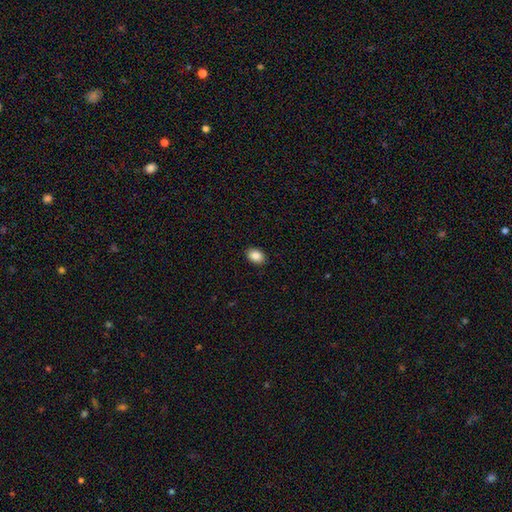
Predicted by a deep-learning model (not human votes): smooth_or_featured: smooth (p=0.87) [alt: star or artifact p=0.08]
how_rounded: in between (p=0.78) [alt: round p=0.21]
merging: none (p=0.90) [alt: minor disturbance p=0.07]